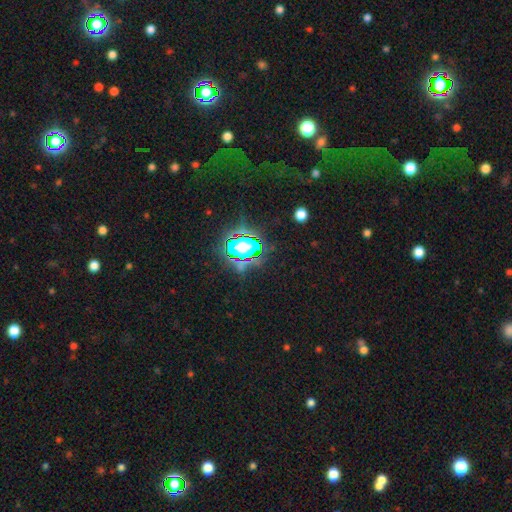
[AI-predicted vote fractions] This appears to be a star or artifact, not a galaxy (81%).